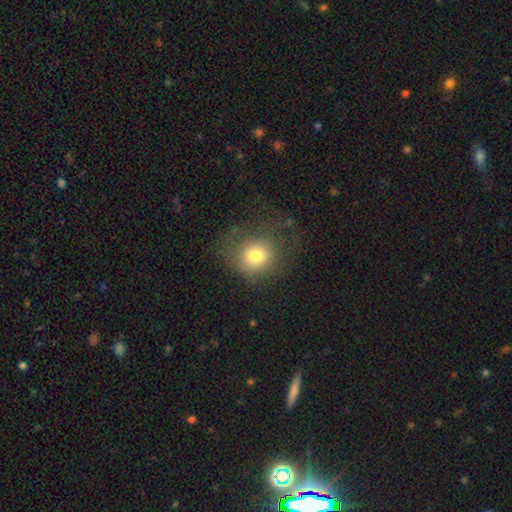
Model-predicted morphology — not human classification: smooth 76%, star or artifact 12%, featured or disk 11%. Down the decision tree: how rounded — round (80%); merging — none (65%).